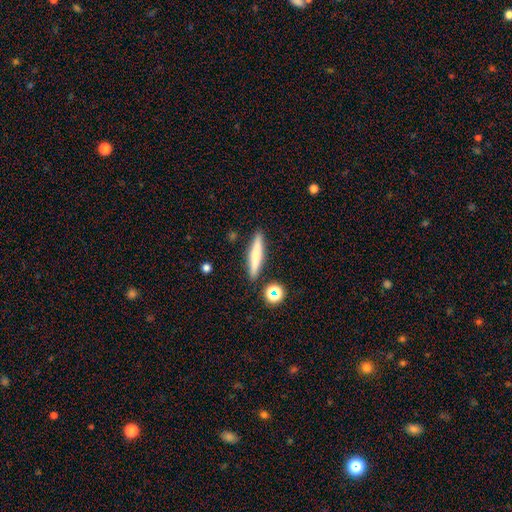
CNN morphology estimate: The model was most divided on "smooth or featured": smooth: 61%, featured or disk: 30%, star or artifact: 8%. More confident: how rounded — cigar-shaped (91%); merging — none (88%).